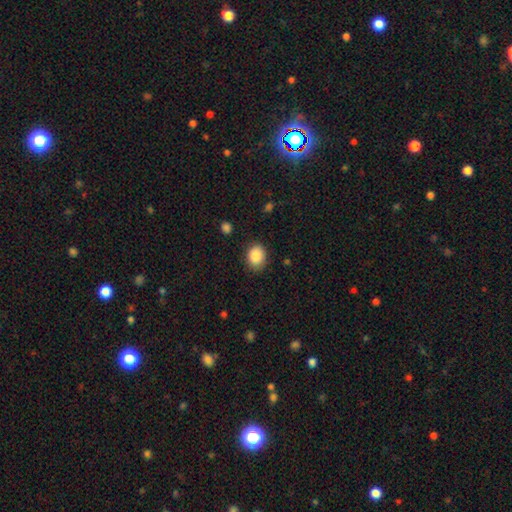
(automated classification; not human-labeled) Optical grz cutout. It shows a smooth galaxy with no disk features (88%) that is in between round and cigar-shaped (53%). Merging: none (84%).